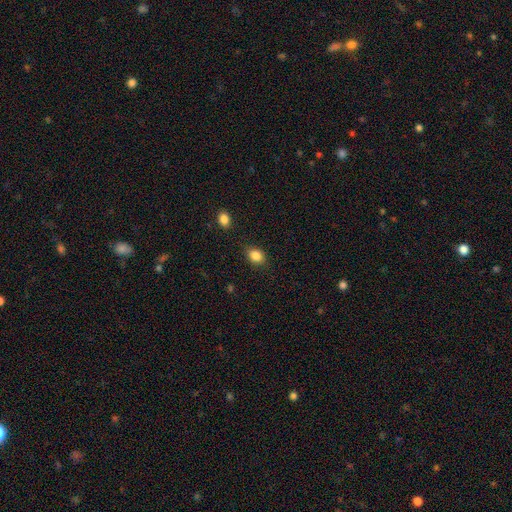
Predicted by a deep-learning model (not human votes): A smooth galaxy with no disk features (85%) that is in between round and cigar-shaped (64%).

Vote fractions:
- Smooth or featured? smooth: 85% / star or artifact: 10% / featured or disk: 5%
- How rounded? in between: 64% / round: 34% / cigar-shaped: 1%
- Merging? none: 84% / minor disturbance: 11% / major disturbance: 3% / merger: 2%